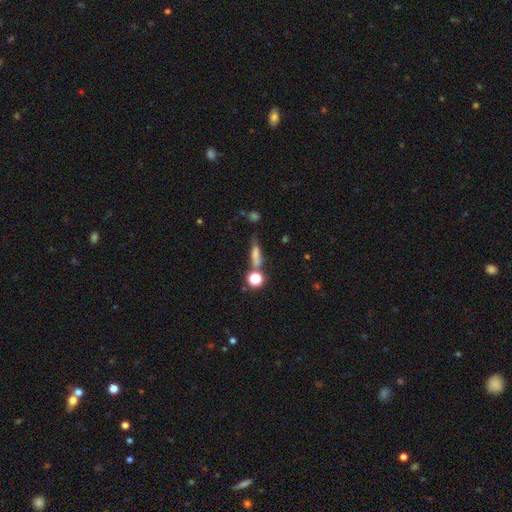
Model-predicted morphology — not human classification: Smooth or featured? Predicted: smooth (p=0.63). How rounded? Predicted: cigar-shaped (p=0.52). Merging? Predicted: none (p=0.52).